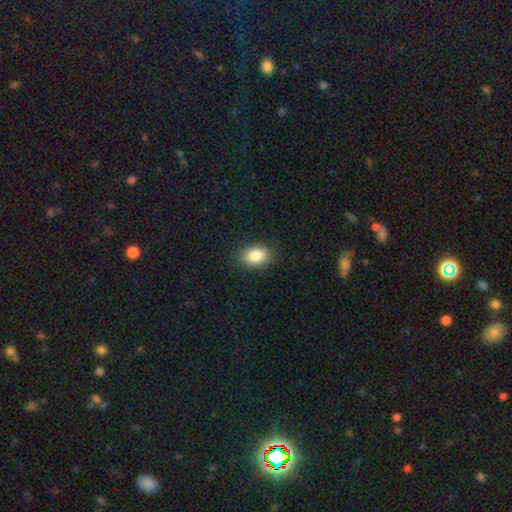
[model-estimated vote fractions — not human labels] Smooth or featured? smooth (86%)
How rounded? in between (81%)
Merging? none (87%)